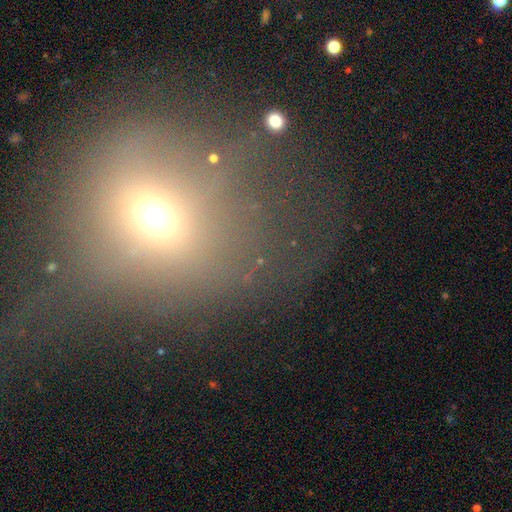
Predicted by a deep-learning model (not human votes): A smooth galaxy with no disk features (52%) that is round (74%).

Vote fractions:
- Smooth or featured? smooth: 52% / star or artifact: 28% / featured or disk: 20%
- How rounded? round: 74% / in between: 24% / cigar-shaped: 2%
- Merging? none: 44% / major disturbance: 29% / minor disturbance: 17% / merger: 10%